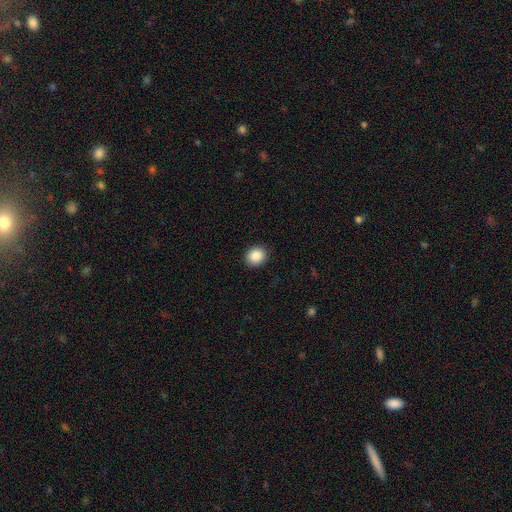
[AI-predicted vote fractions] Smooth or featured? smooth (88%)
How rounded? round (78%)
Merging? none (91%)